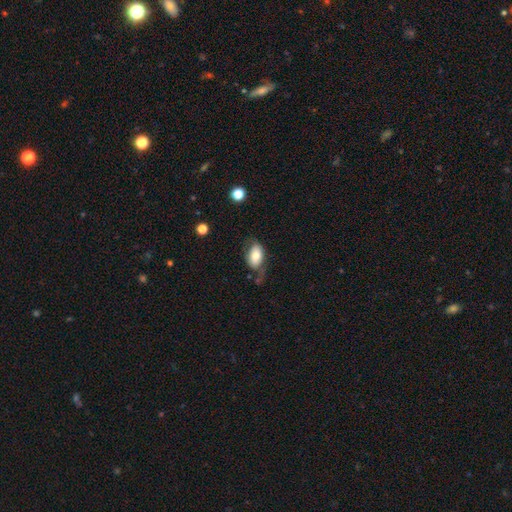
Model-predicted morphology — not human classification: Smooth or featured? Predicted: smooth (p=0.71). How rounded? Predicted: in between (p=0.92). Merging? Predicted: none (p=0.47).